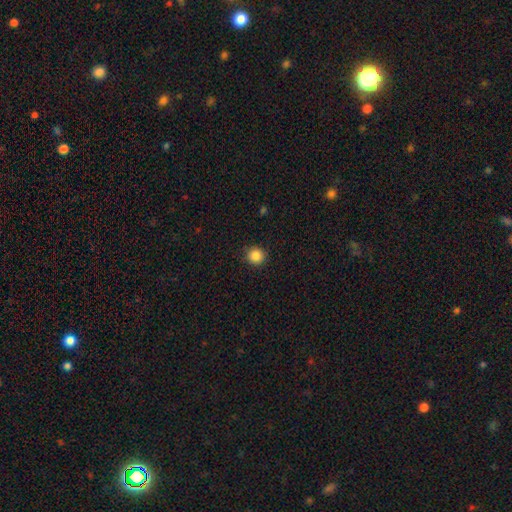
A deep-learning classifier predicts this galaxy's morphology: type=smooth (87%); roundness=round (93%); merging=none (91%).